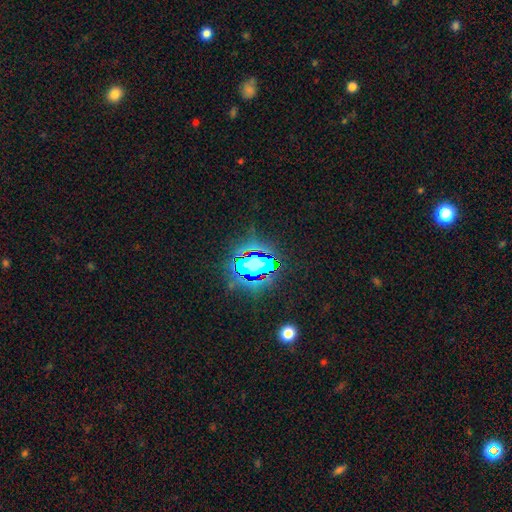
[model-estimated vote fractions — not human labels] smooth_or_featured: star or artifact (p=0.62) [alt: smooth p=0.22]